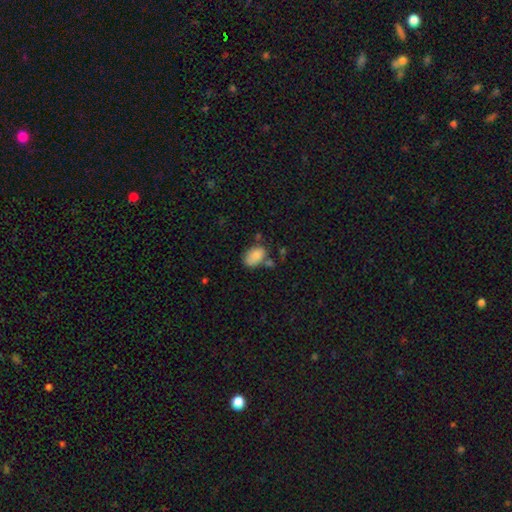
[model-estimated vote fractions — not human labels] This appears to be a smooth galaxy with no disk features (83%) that is in between round and cigar-shaped (87%). Merging: none (54%).